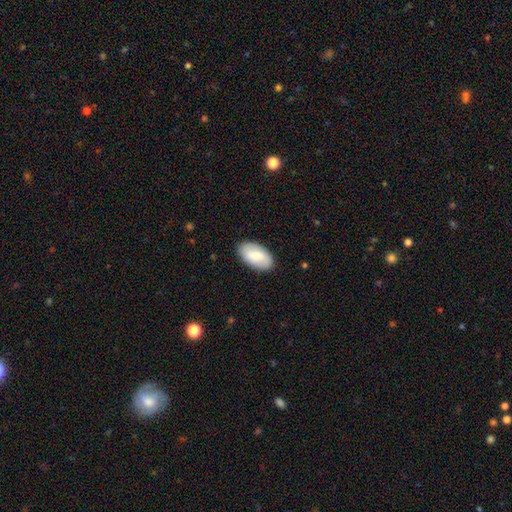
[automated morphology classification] A smooth galaxy with no disk features (74%) that is in between round and cigar-shaped (95%).

Vote fractions:
- Smooth or featured? smooth: 74% / featured or disk: 21% / star or artifact: 5%
- How rounded? in between: 95% / round: 3% / cigar-shaped: 2%
- Merging? none: 88% / minor disturbance: 9% / major disturbance: 2% / merger: 1%